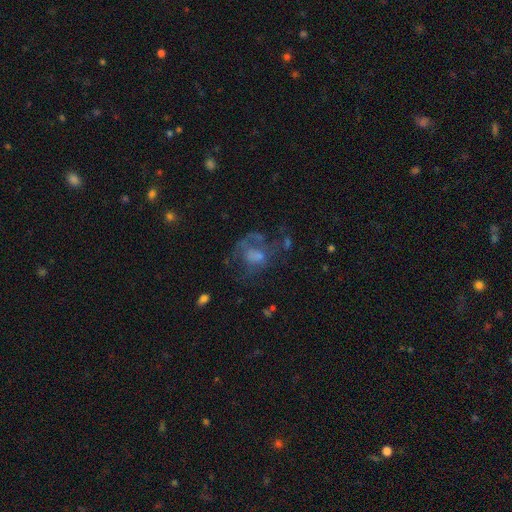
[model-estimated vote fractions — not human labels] This is possibly a featured or disk galaxy (52%). It is clearly not viewed edge-on (97%). Bar: likely no (75%). Spiral arm pattern: possibly no (58%). Central bulge: marginally moderate (32%). Merging: marginally major disturbance (38%, tied with none).